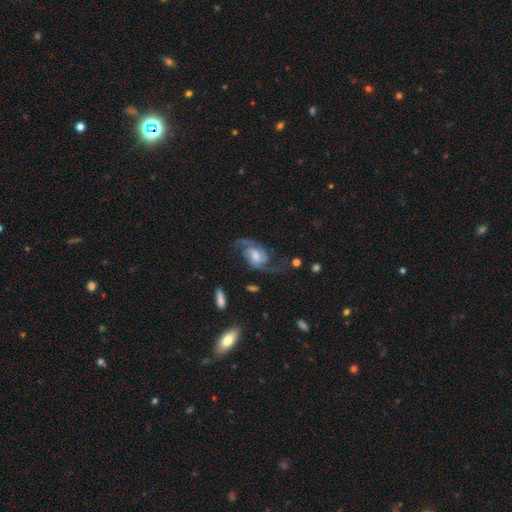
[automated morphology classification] The model was most divided on "bar": weak: 47%, no: 42%, strong: 11%. Remaining: spiral arms — yes (97%); edge-on disk — no (97%); spiral arm count — 2 (89%); smooth or featured — featured or disk (88%); merging — none (64%); spiral winding — medium (50%); bulge size — moderate (48%).